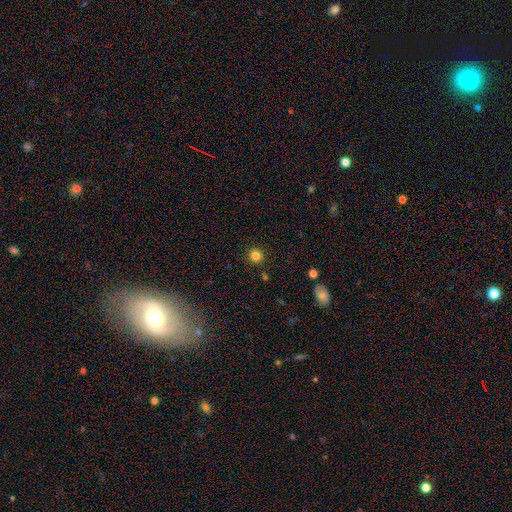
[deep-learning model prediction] A smooth galaxy with no disk features (83%) that is round (93%). Merging: none (90%).